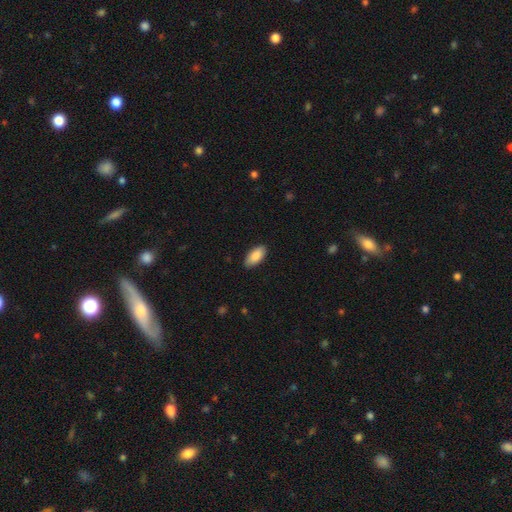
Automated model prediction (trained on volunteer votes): smooth_or_featured: smooth (p=0.88) [alt: featured or disk p=0.06]
how_rounded: in between (p=0.93) [alt: cigar-shaped p=0.05]
merging: none (p=0.88) [alt: minor disturbance p=0.10]